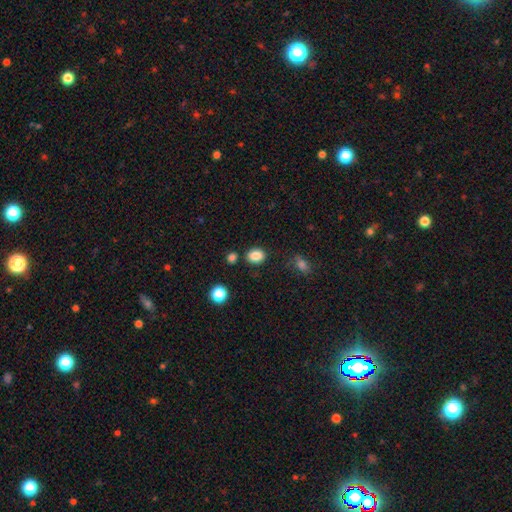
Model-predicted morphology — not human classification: type=smooth (86%); roundness=in between (57%); merging=none (81%).